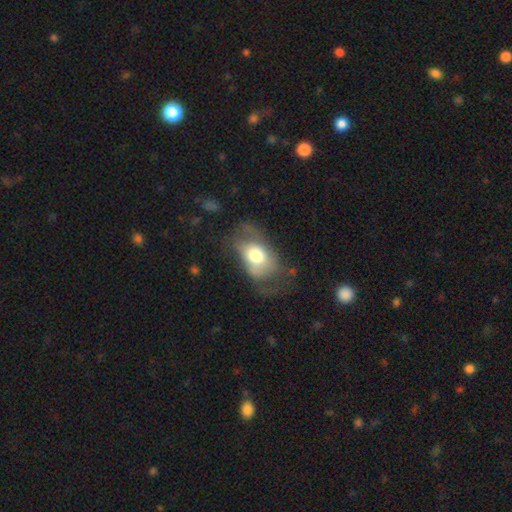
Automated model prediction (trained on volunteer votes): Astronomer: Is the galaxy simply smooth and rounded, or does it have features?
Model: smooth — 61%.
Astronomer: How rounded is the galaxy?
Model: in between — 83%.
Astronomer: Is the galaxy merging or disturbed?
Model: major disturbance — 36% (runner-up: none, 34%).